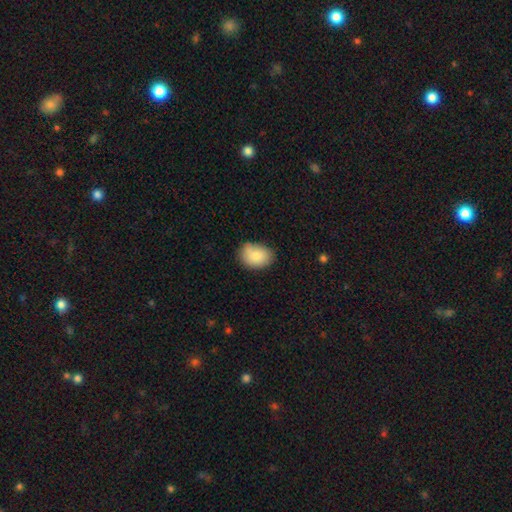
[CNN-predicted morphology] This is clearly a smooth galaxy (84%). How rounded: likely in between (73%). Merging: likely none (69%).